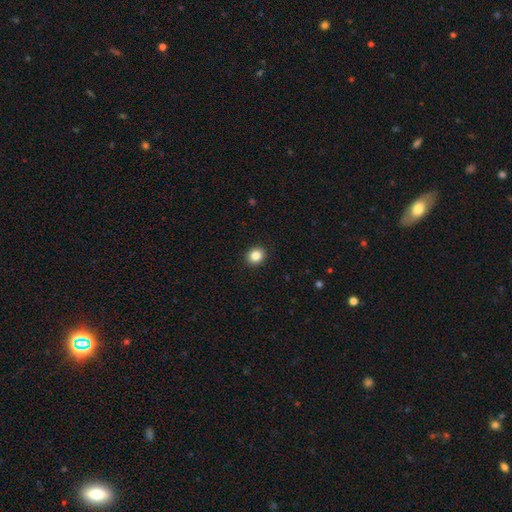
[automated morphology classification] Q: Smooth or featured?
A: smooth (85%); runner-up: star or artifact (10%)
Q: How rounded?
A: round (75%); runner-up: in between (24%)
Q: Merging?
A: none (93%); runner-up: minor disturbance (5%)